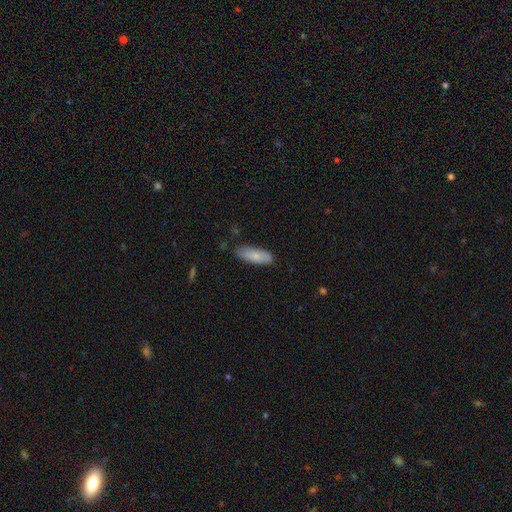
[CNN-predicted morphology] smooth 76%, featured or disk 18%, star or artifact 6%. Down the decision tree: how rounded — in between (69%); merging — none (78%).